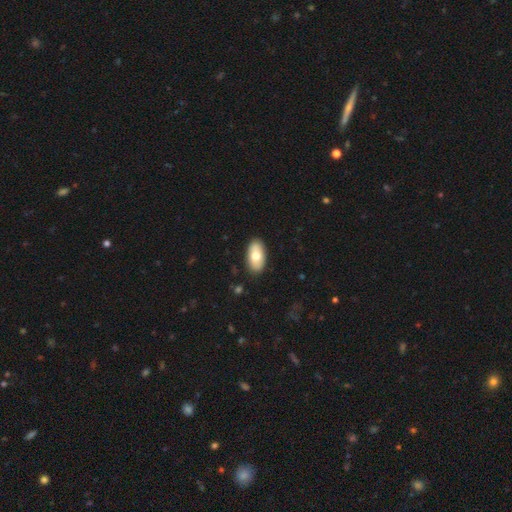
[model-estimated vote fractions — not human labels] Smooth or featured? smooth (74%)
How rounded? in between (94%)
Merging? none (88%)